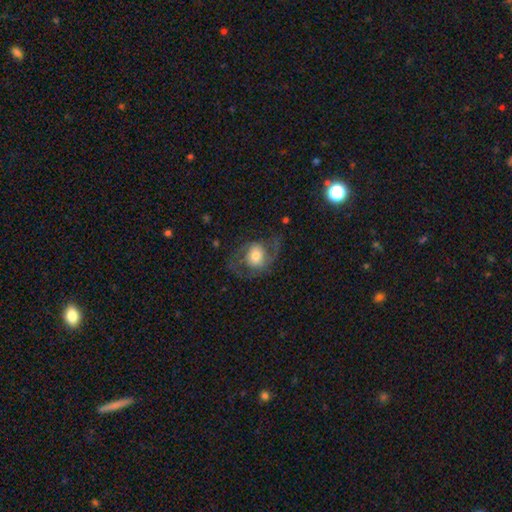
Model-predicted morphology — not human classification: Overall: featured or disk (58%; smooth 35%). Edge-on disk: no (96%). Bar: no (67%). Spiral arms: yes (73%). Bulge size: moderate (52%; large 27%). Merging: none (55%; major disturbance 25%).